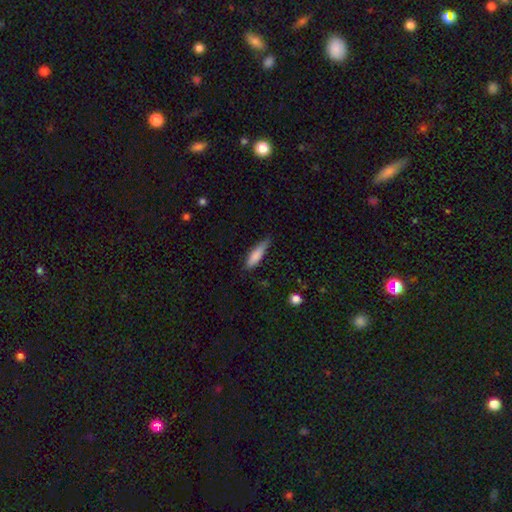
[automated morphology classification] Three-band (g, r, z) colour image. It shows a smooth galaxy with no disk features (81%) that is cigar-shaped (67%). Merging: none (64%).